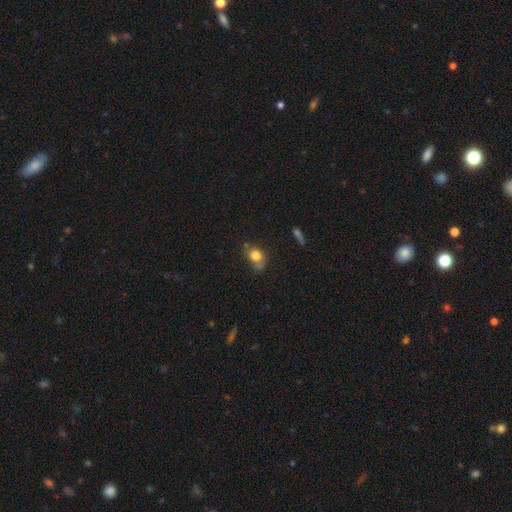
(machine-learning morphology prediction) smooth_or_featured: smooth (p=0.79) [alt: featured or disk p=0.11]
how_rounded: in between (p=0.50) [alt: round p=0.48]
merging: none (p=0.51) [alt: minor disturbance p=0.28]